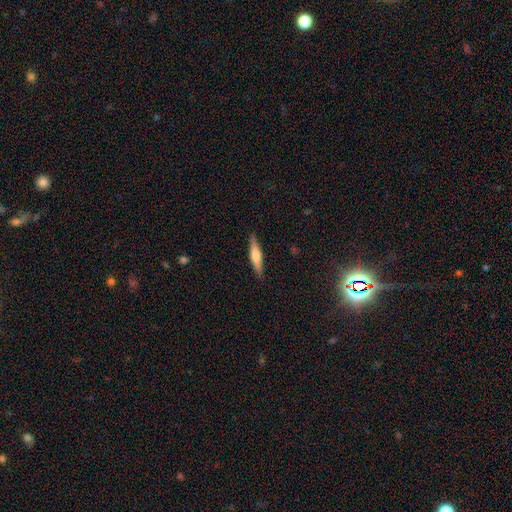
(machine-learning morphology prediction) A smooth galaxy with no disk features (55%) that is cigar-shaped (83%). Merging: none (88%).